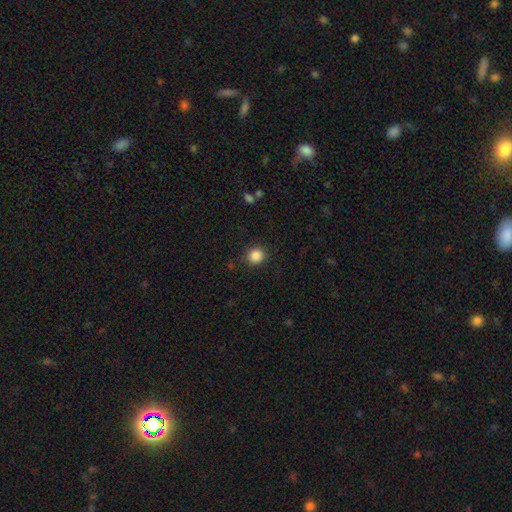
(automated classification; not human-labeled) Overall: smooth (86%). How rounded: round (89%). Merging: none (89%).